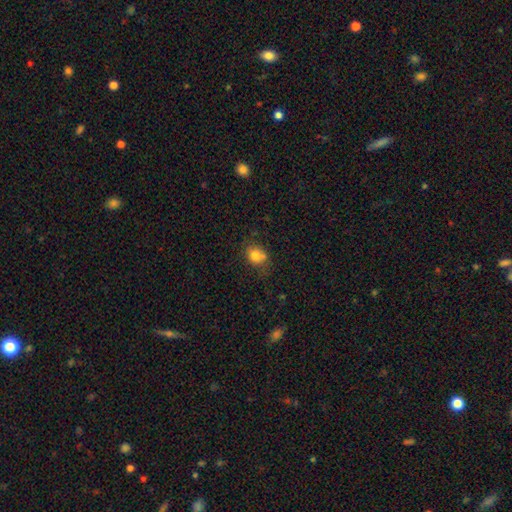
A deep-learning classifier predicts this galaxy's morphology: Smooth or featured? smooth (79%)
How rounded? round (56%)
Merging? none (57%)